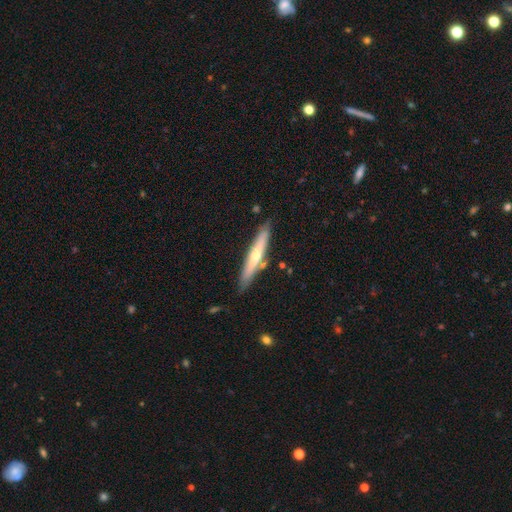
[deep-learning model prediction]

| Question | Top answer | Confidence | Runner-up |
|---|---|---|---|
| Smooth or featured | featured or disk | 53% | smooth (41%) |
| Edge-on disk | yes | 92% | no (8%) |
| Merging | none | 82% | minor disturbance (11%) |